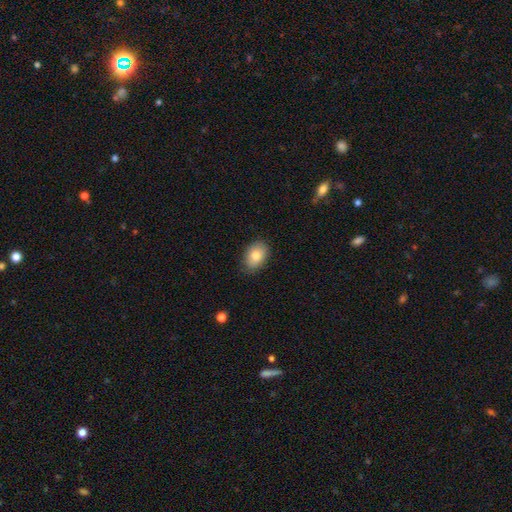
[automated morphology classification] A smooth galaxy with no disk features (82%) that is in between round and cigar-shaped (84%). Merging: none (82%).